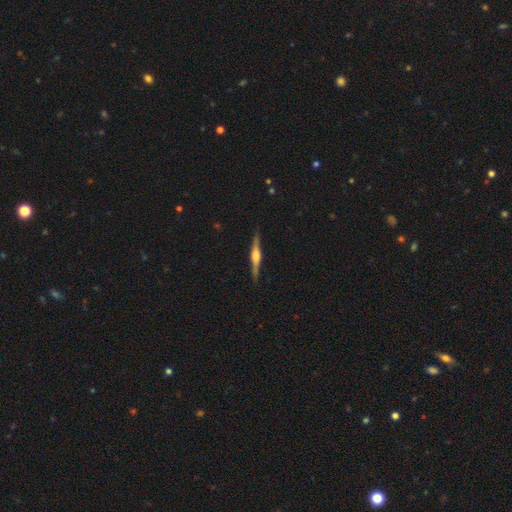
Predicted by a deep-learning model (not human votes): Smooth or featured? Predicted: featured or disk (p=0.79). Edge-on disk? Predicted: yes (p=0.98). Edge-on bulge? Predicted: rounded (p=0.83). Merging? Predicted: none (p=0.89).